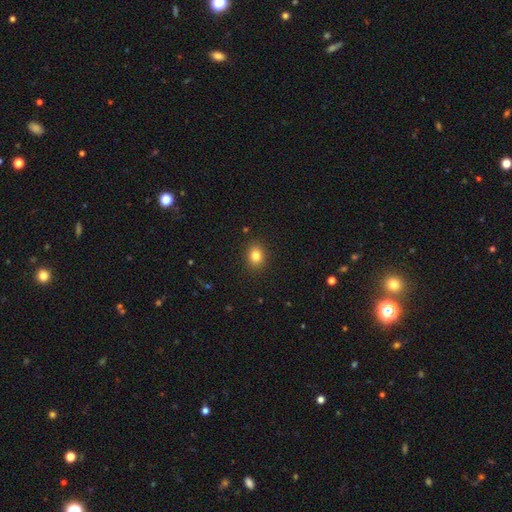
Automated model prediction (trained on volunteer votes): Morphology: type=smooth (83%); roundness=round (51%); merging=none (89%).